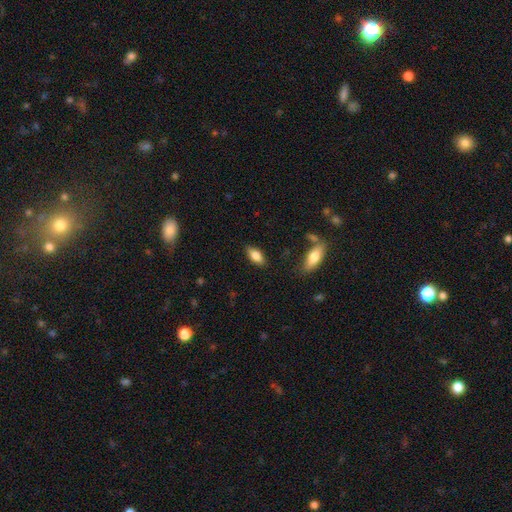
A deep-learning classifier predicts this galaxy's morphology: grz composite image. It shows a smooth galaxy with no disk features (80%) that is in between round and cigar-shaped (84%). Merging: none (84%).